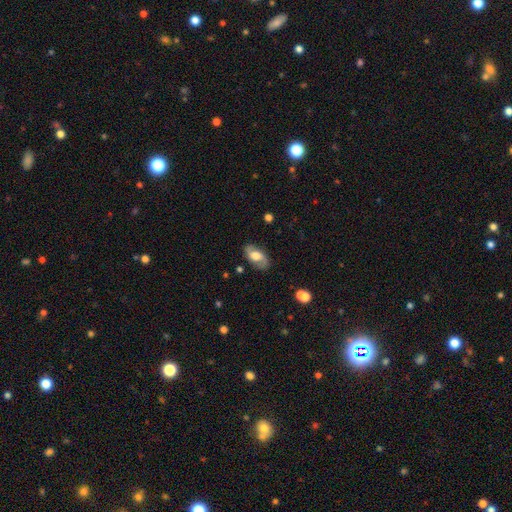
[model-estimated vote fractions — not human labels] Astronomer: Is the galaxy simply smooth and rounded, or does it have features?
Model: featured or disk — 60%.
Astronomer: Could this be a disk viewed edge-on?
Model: no — 93%.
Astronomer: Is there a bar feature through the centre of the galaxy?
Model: no — 54% (runner-up: weak, 36%).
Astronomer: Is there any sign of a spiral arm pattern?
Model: yes — 85%.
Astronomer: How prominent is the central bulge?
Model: moderate — 51% (runner-up: large, 34%).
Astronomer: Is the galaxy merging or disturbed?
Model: none — 79%.